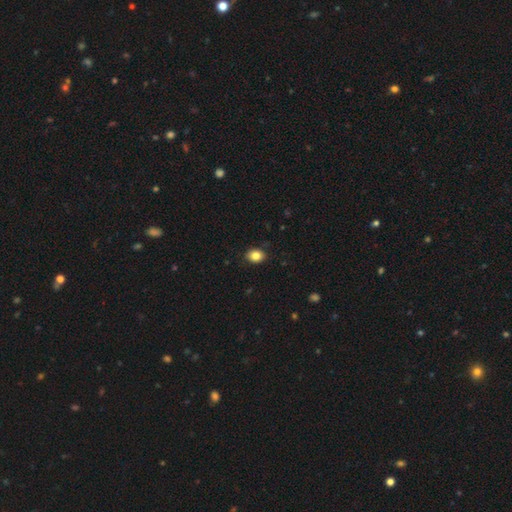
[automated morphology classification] Smooth or featured? Predicted: smooth (p=0.84). How rounded? Predicted: in between (p=0.56). Merging? Predicted: none (p=0.88).